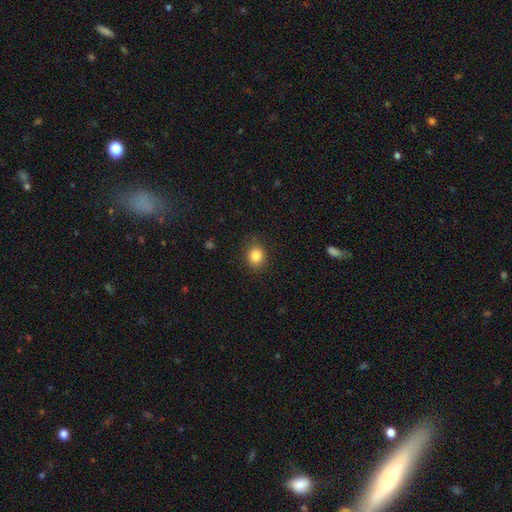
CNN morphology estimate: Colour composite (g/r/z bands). It shows a smooth galaxy with no disk features (84%) that is round (71%). Merging: none (85%).